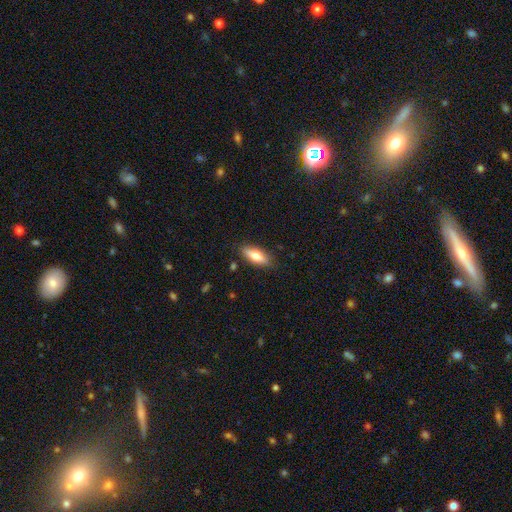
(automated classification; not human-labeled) A smooth galaxy with no disk features (71%) that is in between round and cigar-shaped (68%).

Vote fractions:
- Smooth or featured? smooth: 71% / featured or disk: 22% / star or artifact: 6%
- How rounded? in between: 68% / cigar-shaped: 29% / round: 2%
- Merging? none: 84% / minor disturbance: 12% / major disturbance: 2% / merger: 2%